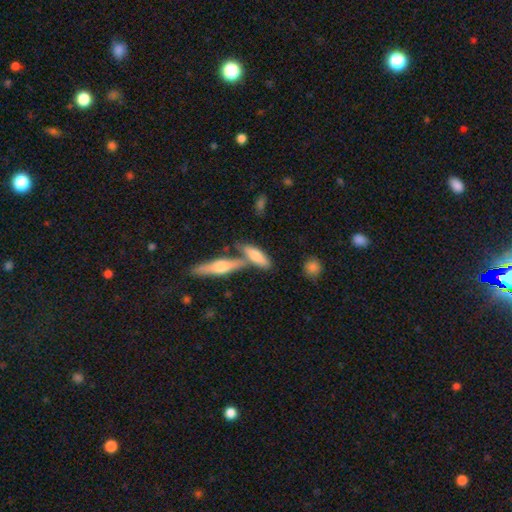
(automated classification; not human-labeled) smooth-or-featured: smooth: 70% | featured or disk: 24% | star or artifact: 6%
  how-rounded: in between: 52% | cigar-shaped: 45% | round: 3%
  merging: none: 49% | merger: 35% | minor disturbance: 12% | major disturbance: 4%